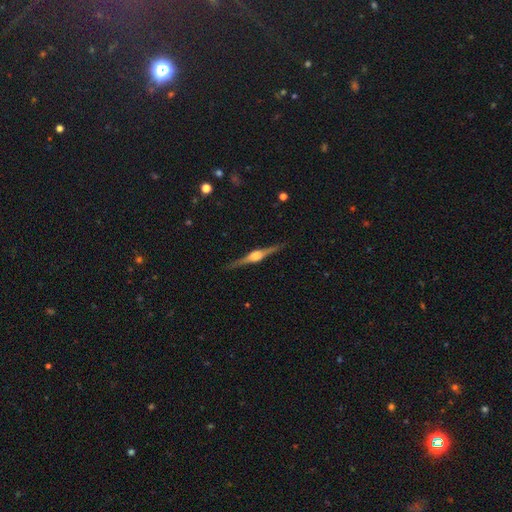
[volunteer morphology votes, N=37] A featured or disk galaxy (89%) viewed edge-on (100%) with a rounded central bulge (97%). Merging: none (94%).